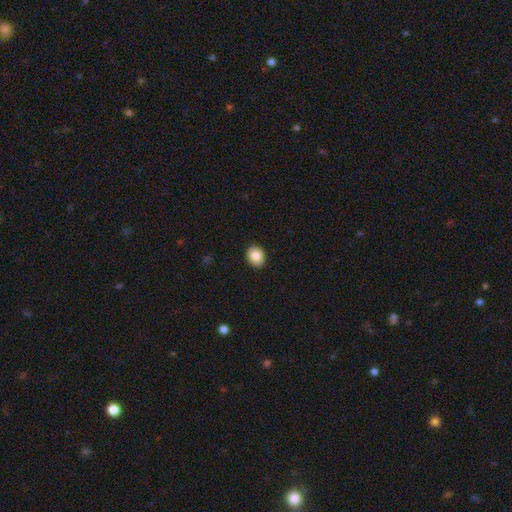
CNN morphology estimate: This appears to be a smooth galaxy with no disk features (86%) that is in between round and cigar-shaped (51%). Merging: none (90%).